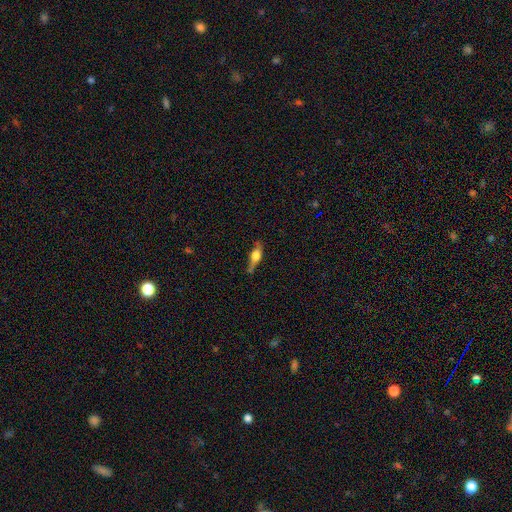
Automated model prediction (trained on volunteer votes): Morphology: type=featured or disk (53%); edge-on=yes (90%); merging=none (66%).